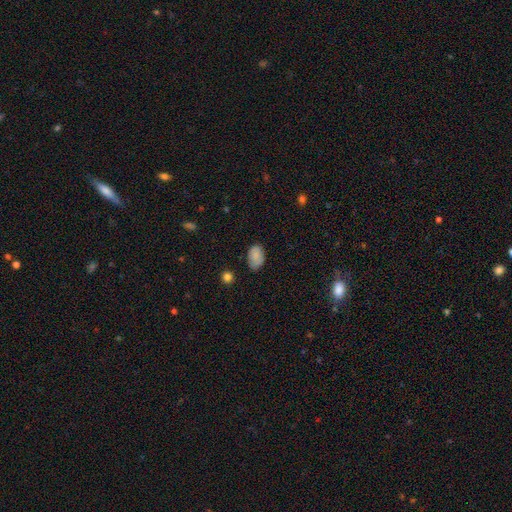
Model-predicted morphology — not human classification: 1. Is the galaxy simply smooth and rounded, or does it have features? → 83% smooth, 9% featured or disk, 8% star or artifact.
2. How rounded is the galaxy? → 90% in between, 9% round, 1% cigar-shaped.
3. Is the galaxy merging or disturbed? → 70% none, 24% minor disturbance, 4% major disturbance, 2% merger.